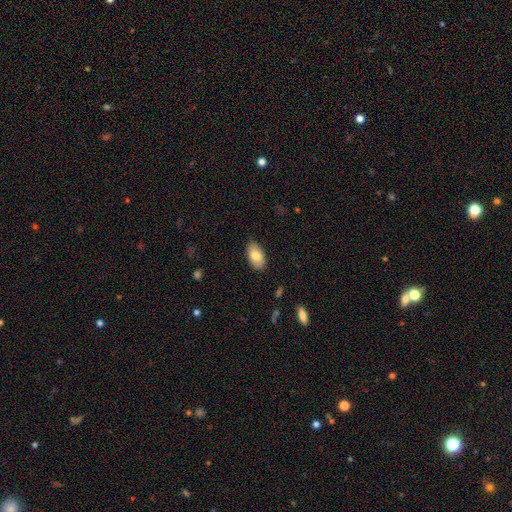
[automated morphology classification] smooth 80%, featured or disk 14%, star or artifact 6%. Down the decision tree: how rounded — in between (95%); merging — none (87%).